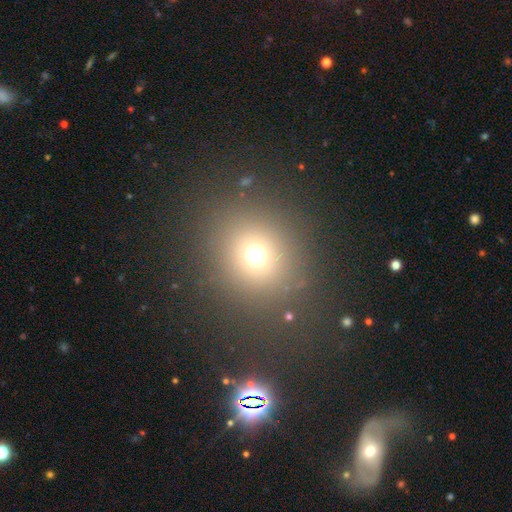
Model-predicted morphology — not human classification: This is likely a smooth galaxy (68%). How rounded: clearly round (86%). Merging: clearly none (84%).